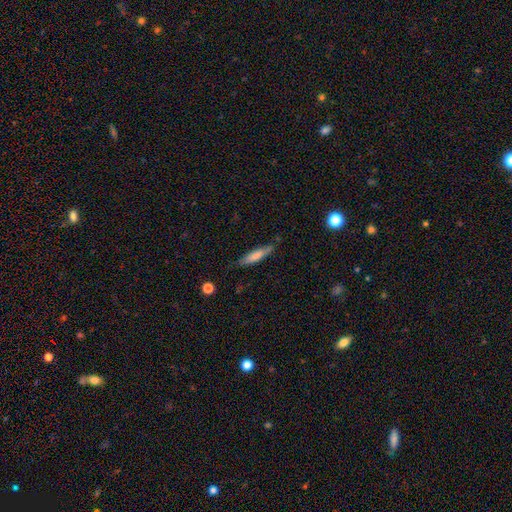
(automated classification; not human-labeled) Overall: smooth (72%). How rounded: cigar-shaped (80%). Merging: none (74%).